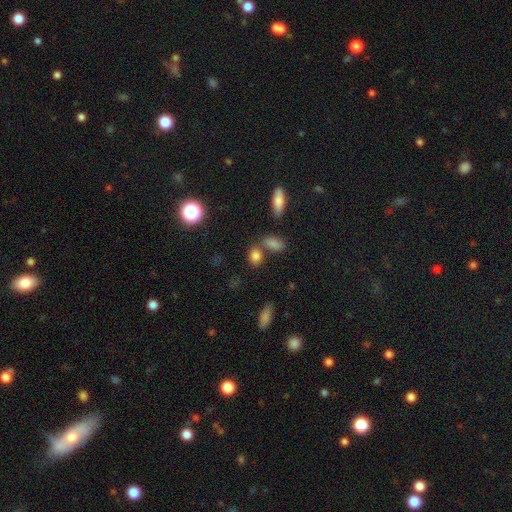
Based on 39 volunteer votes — Smooth or featured?
  - smooth: 92% *
  - star or artifact: 8%
  - featured or disk: 0%
How rounded?
  - in between: 64% *
  - round: 31%
  - cigar-shaped: 6%
Merging?
  - none: 72% *
  - merger: 19%
  - minor disturbance: 8%
  - major disturbance: 0%